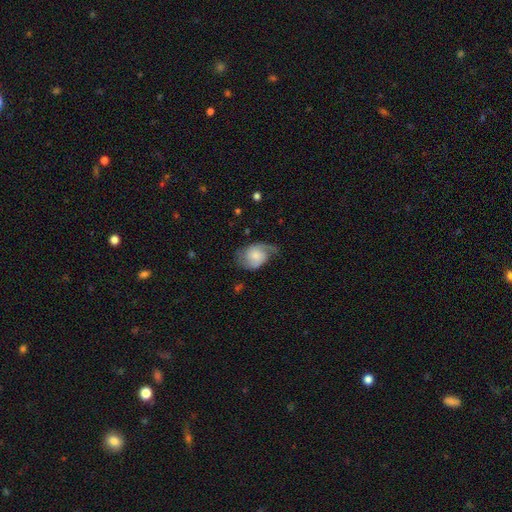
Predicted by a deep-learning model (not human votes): featured or disk 63%, smooth 30%, star or artifact 7%. Down the decision tree: edge-on disk — no (97%); bar — no (68%); spiral arms — yes (91%); spiral arm count — 2 (69%); spiral winding — medium (42%); bulge size — small (43%); merging — none (49%).